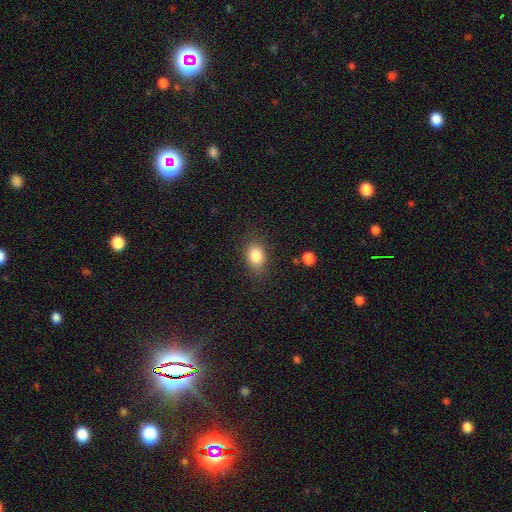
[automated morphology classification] This is clearly a smooth galaxy (84%). How rounded: likely in between (68%). Merging: clearly none (81%).